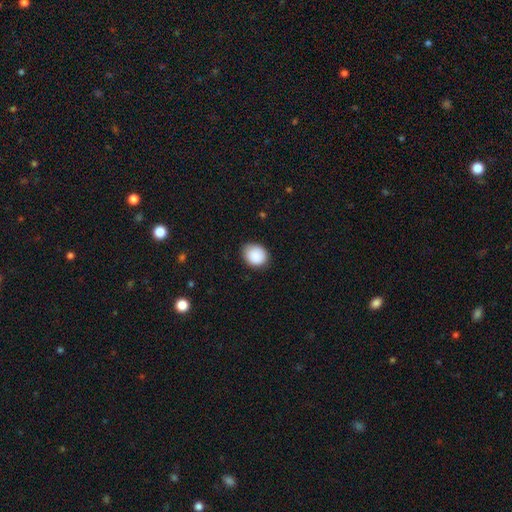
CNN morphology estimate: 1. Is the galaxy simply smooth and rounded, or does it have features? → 89% smooth, 8% star or artifact, 3% featured or disk.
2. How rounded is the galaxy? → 62% round, 37% in between, 1% cigar-shaped.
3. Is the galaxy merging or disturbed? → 79% none, 17% minor disturbance, 3% major disturbance, 1% merger.